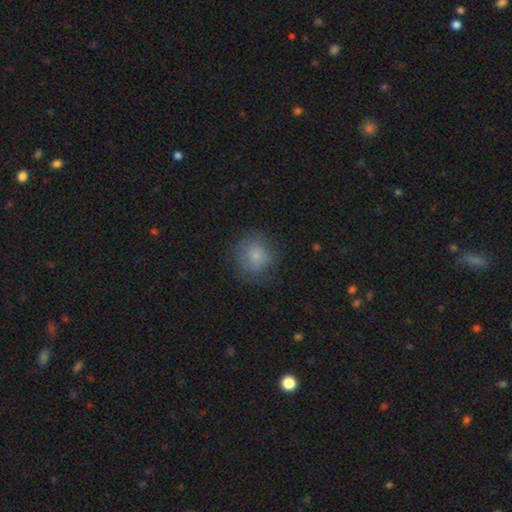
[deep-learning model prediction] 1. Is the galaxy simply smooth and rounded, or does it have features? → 80% smooth, 11% featured or disk, 9% star or artifact.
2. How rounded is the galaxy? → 90% round, 9% in between, 1% cigar-shaped.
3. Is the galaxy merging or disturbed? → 75% none, 17% minor disturbance, 7% major disturbance, 1% merger.